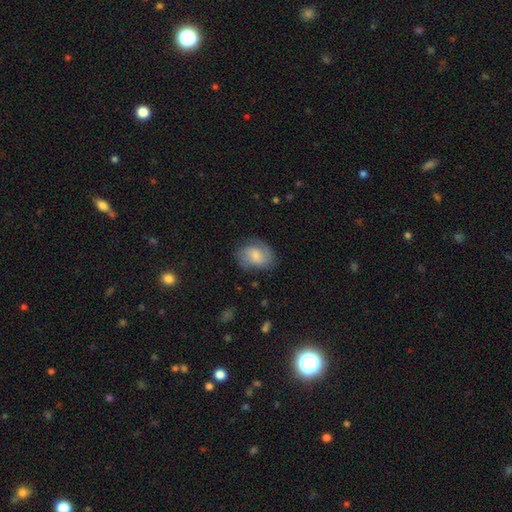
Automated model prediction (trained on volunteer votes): smooth-or-featured: smooth: 61% | featured or disk: 32% | star or artifact: 7%
  how-rounded: in between: 59% | round: 39% | cigar-shaped: 1%
  merging: none: 67% | minor disturbance: 23% | major disturbance: 8% | merger: 1%